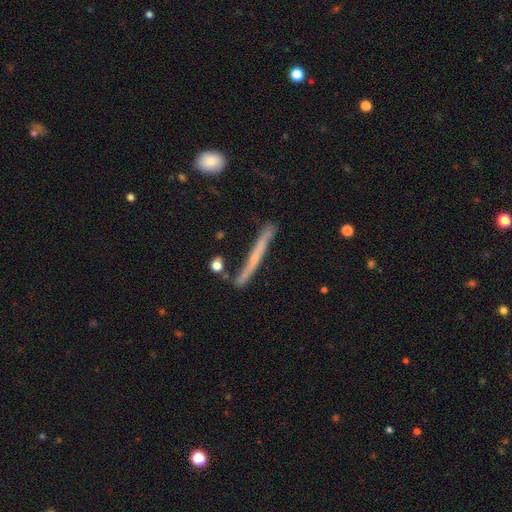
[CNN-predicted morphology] Smooth or featured? Predicted: featured or disk (p=0.60). Edge-on disk? Predicted: yes (p=0.94). Edge-on bulge? Predicted: none (p=0.66). Merging? Predicted: none (p=0.76).